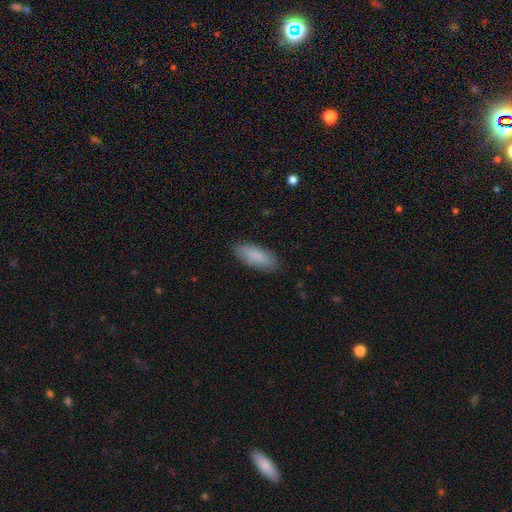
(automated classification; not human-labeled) This is clearly a smooth galaxy (87%). How rounded: likely in between (73%). Merging: clearly none (87%).